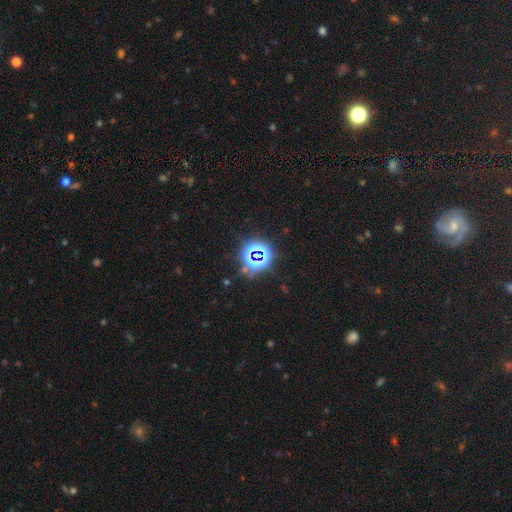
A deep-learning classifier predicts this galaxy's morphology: The model was most divided on "smooth or featured": star or artifact: 75%, smooth: 17%, featured or disk: 9%.